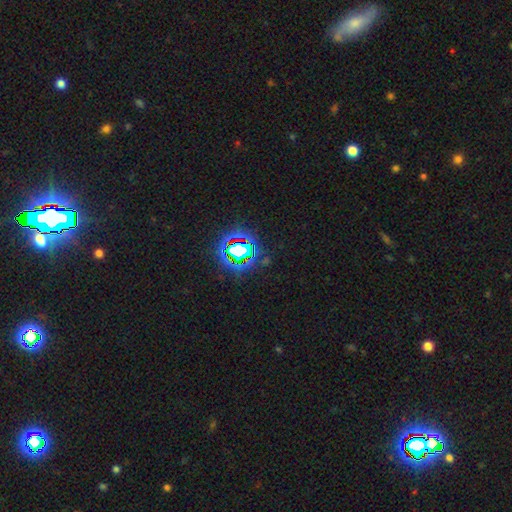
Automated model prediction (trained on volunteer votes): This is clearly a star or artifact rather than a galaxy (81%).